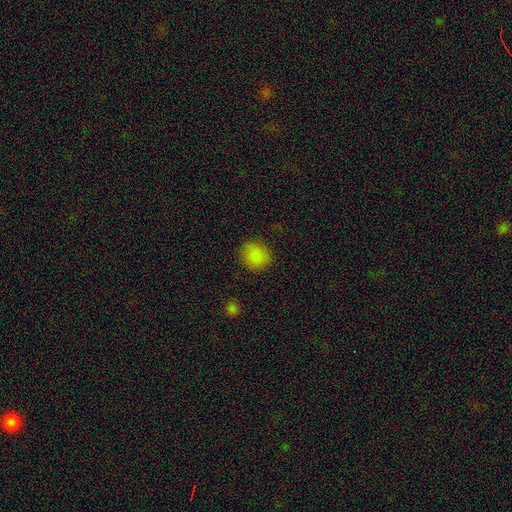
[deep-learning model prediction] smooth-or-featured: smooth: 85% | star or artifact: 11% | featured or disk: 4%
  how-rounded: round: 78% | in between: 21% | cigar-shaped: 1%
  merging: none: 83% | minor disturbance: 12% | major disturbance: 3% | merger: 1%